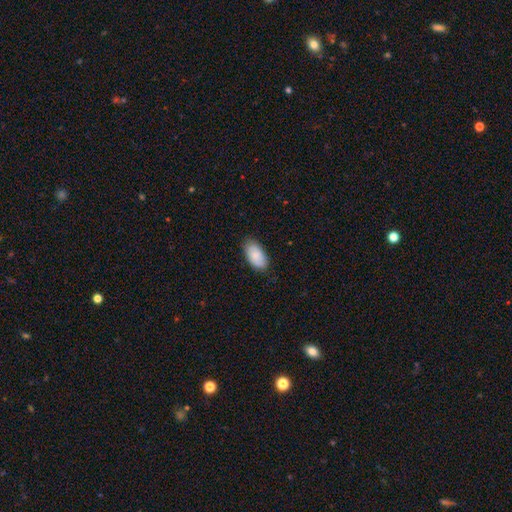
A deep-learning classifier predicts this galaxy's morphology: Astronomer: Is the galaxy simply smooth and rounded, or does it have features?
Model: smooth — 81%.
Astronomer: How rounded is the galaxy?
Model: in between — 95%.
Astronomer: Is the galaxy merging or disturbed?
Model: none — 81%.